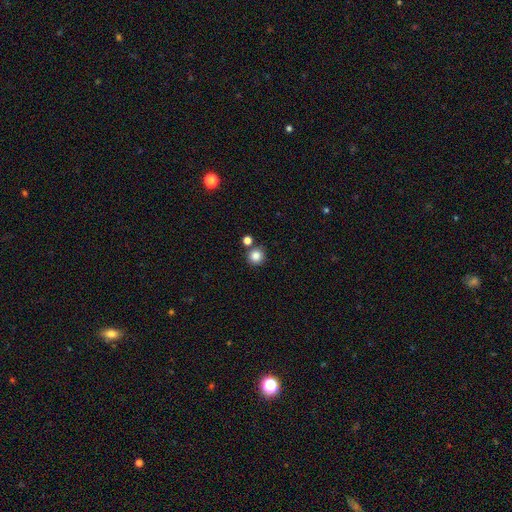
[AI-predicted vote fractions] Smooth or featured: smooth — 84% (star or artifact — 11%)
How rounded: round — 94% (in between — 5%)
Merging: none — 77% (merger — 13%)